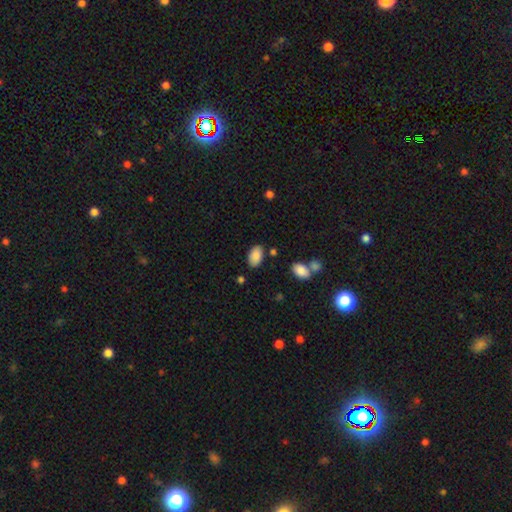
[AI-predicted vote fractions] Smooth or featured?
  - smooth: 88% *
  - star or artifact: 7%
  - featured or disk: 5%
How rounded?
  - in between: 93% *
  - round: 6%
  - cigar-shaped: 1%
Merging?
  - none: 81% *
  - minor disturbance: 12%
  - merger: 4%
  - major disturbance: 3%